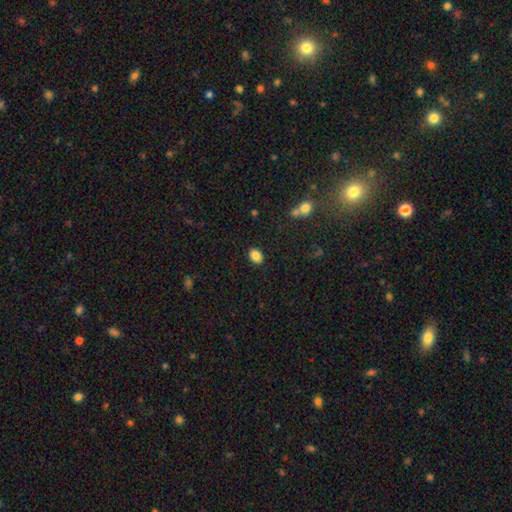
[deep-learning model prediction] Overall: smooth (86%). How rounded: in between (77%). Merging: none (87%).